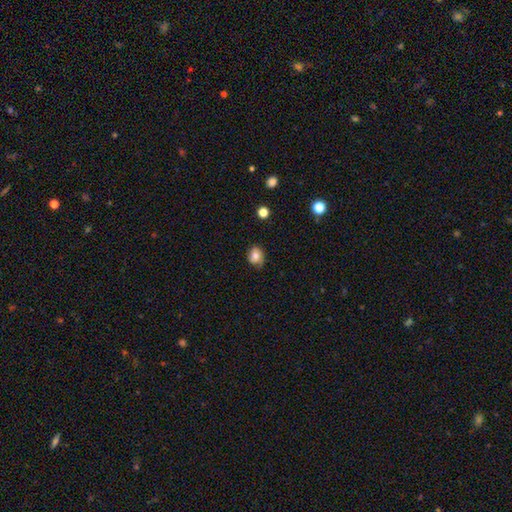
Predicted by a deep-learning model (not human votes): Smooth or featured? smooth (75%)
How rounded? round (54%)
Merging? none (69%)